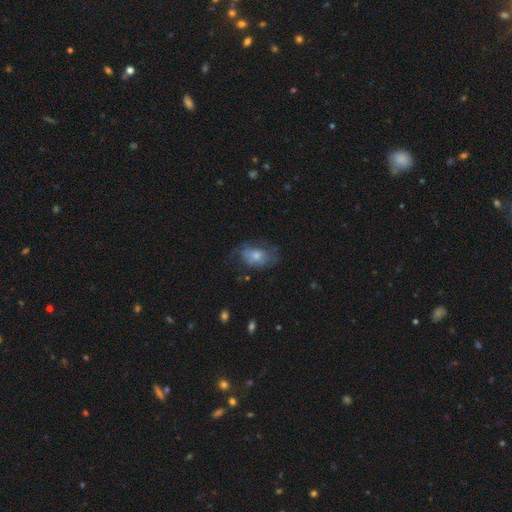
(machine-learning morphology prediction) Smooth or featured?
  - smooth: 51% *
  - featured or disk: 41%
  - star or artifact: 8%
How rounded?
  - in between: 83% *
  - round: 15%
  - cigar-shaped: 2%
Merging?
  - none: 45% *
  - minor disturbance: 28%
  - major disturbance: 25%
  - merger: 2%